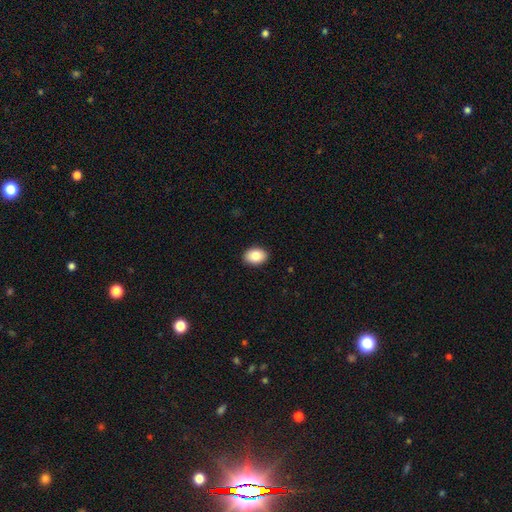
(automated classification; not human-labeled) smooth-or-featured: smooth: 86% | star or artifact: 7% | featured or disk: 7%
  how-rounded: in between: 81% | round: 18% | cigar-shaped: 1%
  merging: none: 91% | minor disturbance: 7% | major disturbance: 2% | merger: 1%